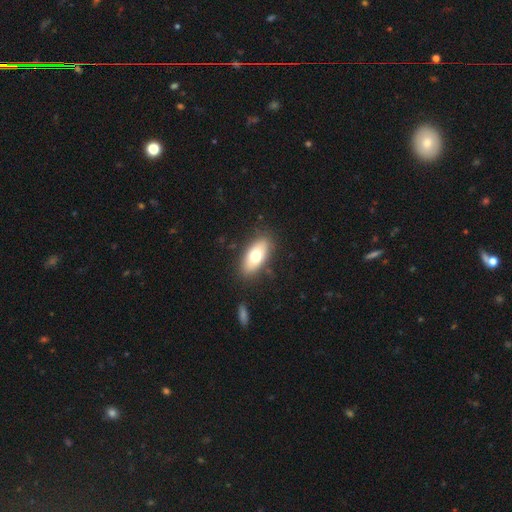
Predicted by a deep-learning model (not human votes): This appears to be a smooth galaxy with no disk features (69%) that is in between round and cigar-shaped (89%). Merging: none (84%).